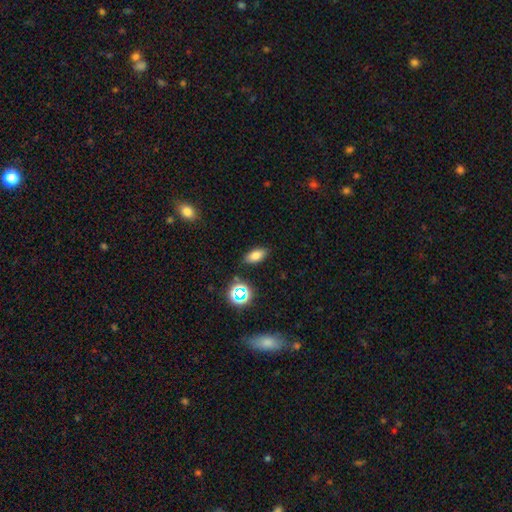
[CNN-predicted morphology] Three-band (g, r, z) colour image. It shows a smooth galaxy with no disk features (76%) that is in between round and cigar-shaped (86%). Merging: none (84%).